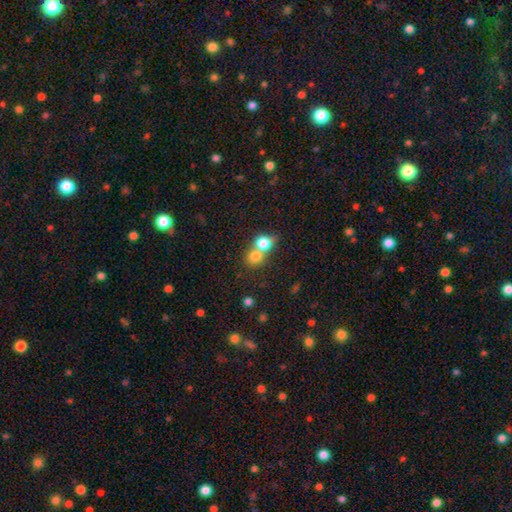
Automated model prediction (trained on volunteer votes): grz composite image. It shows a smooth galaxy with no disk features (76%) that is round (76%). Merging: merger (64%).